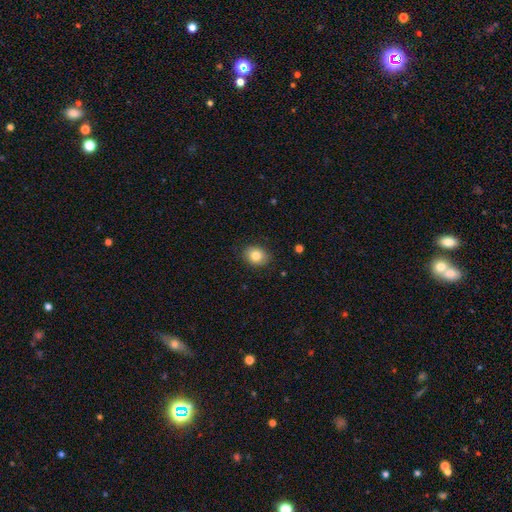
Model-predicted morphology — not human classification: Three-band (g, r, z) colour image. It shows a smooth galaxy with no disk features (83%) that is round (50%). Merging: none (87%).